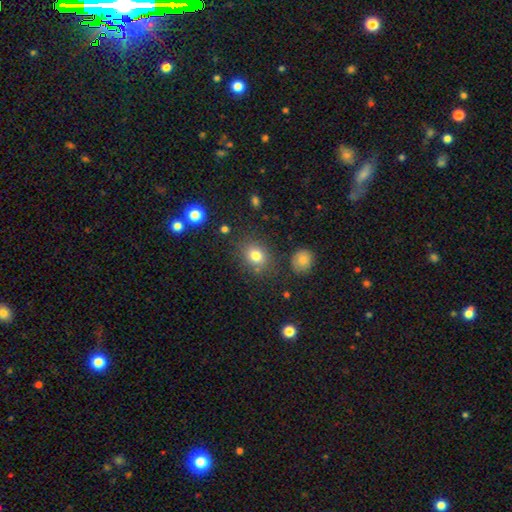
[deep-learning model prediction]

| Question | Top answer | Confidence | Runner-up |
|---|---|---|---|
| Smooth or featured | smooth | 79% | star or artifact (13%) |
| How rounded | round | 58% | in between (41%) |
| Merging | none | 80% | minor disturbance (11%) |